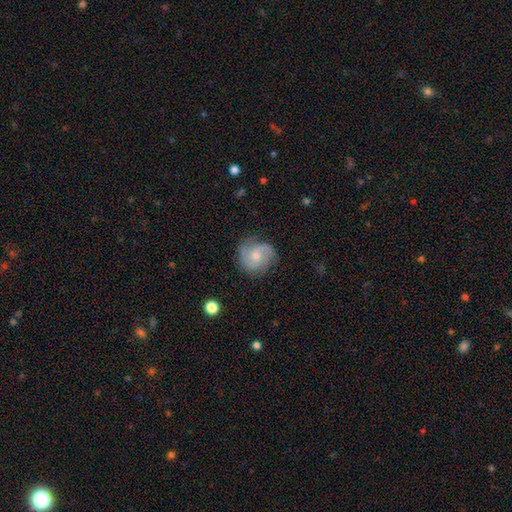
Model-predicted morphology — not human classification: The model was most divided on "bulge size": small: 51%, moderate: 43%, none: 3%, large: 2%, dominant: 1%. Remaining: edge-on disk — no (98%); spiral arms — yes (94%); merging — none (74%); bar — no (69%); smooth or featured — featured or disk (69%); spiral arm count — 2 (52%); spiral winding — medium (48%).